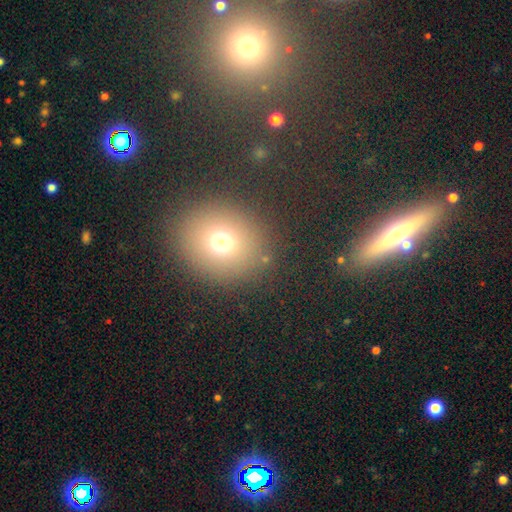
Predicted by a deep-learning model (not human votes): Smooth or featured? Predicted: smooth (p=0.71). How rounded? Predicted: round (p=0.76). Merging? Predicted: none (p=0.85).